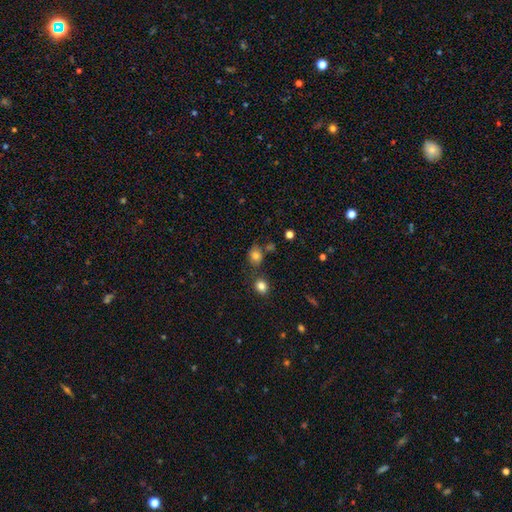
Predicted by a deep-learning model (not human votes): smooth_or_featured: smooth (p=0.79) [alt: star or artifact p=0.12]
how_rounded: round (p=0.57) [alt: in between p=0.42]
merging: none (p=0.68) [alt: minor disturbance p=0.16]